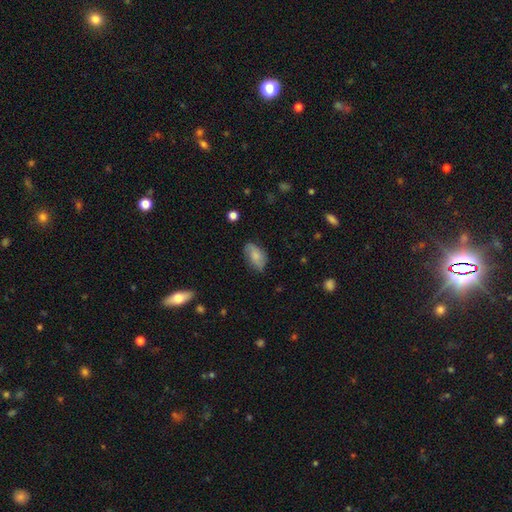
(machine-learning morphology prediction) The model was most divided on "smooth or featured": smooth: 65%, featured or disk: 27%, star or artifact: 8%. More confident: how rounded — in between (91%); merging — none (68%).